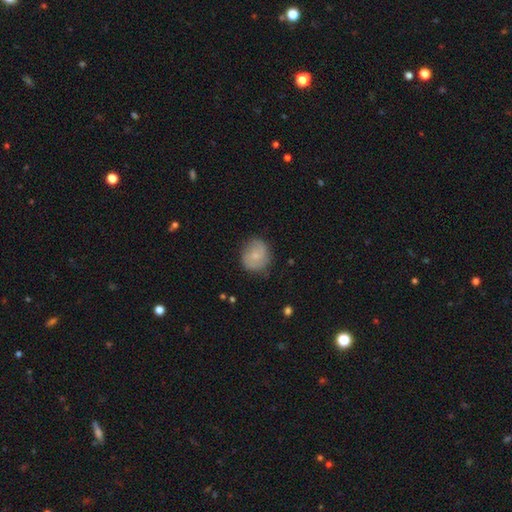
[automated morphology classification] This appears to be a smooth galaxy with no disk features (59%) that is round (79%). Merging: none (75%).